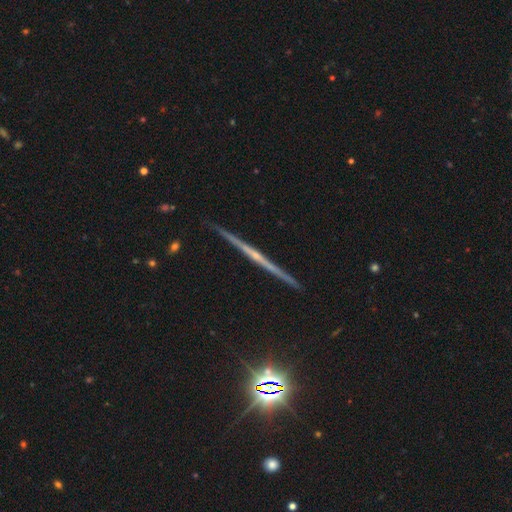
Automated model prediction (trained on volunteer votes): Smooth or featured? Predicted: featured or disk (p=0.77). Edge-on disk? Predicted: yes (p=0.98). Edge-on bulge? Predicted: none (p=0.50). Merging? Predicted: none (p=0.92).